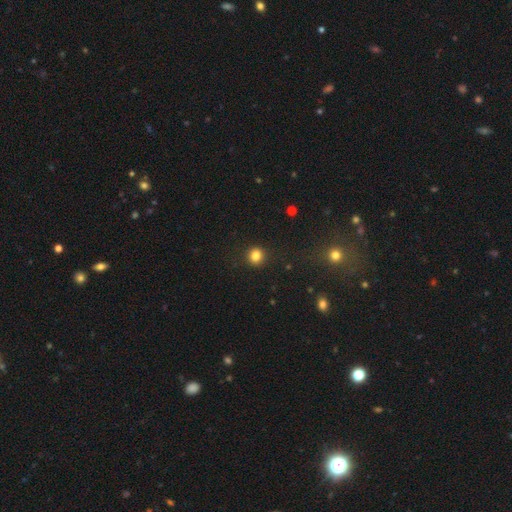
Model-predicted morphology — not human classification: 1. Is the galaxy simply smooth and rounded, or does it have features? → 83% smooth, 12% star or artifact, 5% featured or disk.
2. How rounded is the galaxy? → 91% round, 8% in between, 1% cigar-shaped.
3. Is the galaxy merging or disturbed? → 91% none, 6% minor disturbance, 2% major disturbance, 1% merger.